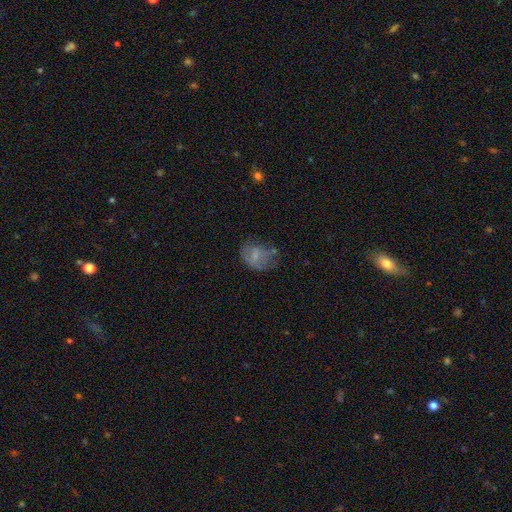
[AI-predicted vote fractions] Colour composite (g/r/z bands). It shows a smooth galaxy with no disk features (55%) that is in between round and cigar-shaped (62%). Merging: none (39%).